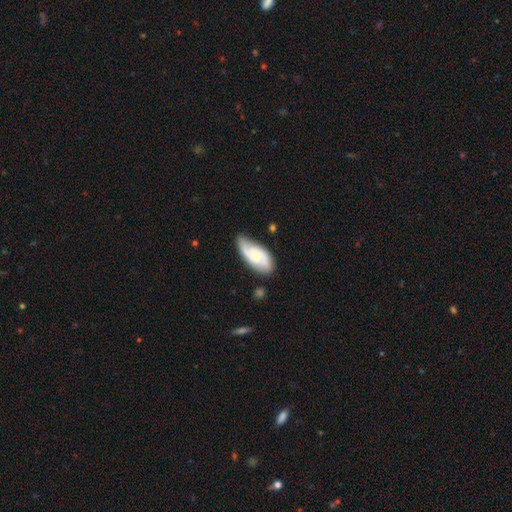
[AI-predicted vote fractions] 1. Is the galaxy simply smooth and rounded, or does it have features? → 60% featured or disk, 34% smooth, 6% star or artifact.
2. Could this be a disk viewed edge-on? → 94% no, 6% yes.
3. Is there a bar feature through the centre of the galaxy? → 64% no, 30% weak, 5% strong.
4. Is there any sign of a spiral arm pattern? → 90% yes, 10% no.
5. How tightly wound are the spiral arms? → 42% medium, 41% tight, 18% loose.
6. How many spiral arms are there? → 58% 2, 21% can't tell, 11% 3, 6% 1, 2% 4, 2% more than 4.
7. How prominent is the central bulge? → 61% small, 29% moderate, 7% none, 2% large, 1% dominant.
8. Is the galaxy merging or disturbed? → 61% none, 29% minor disturbance, 7% major disturbance, 3% merger.